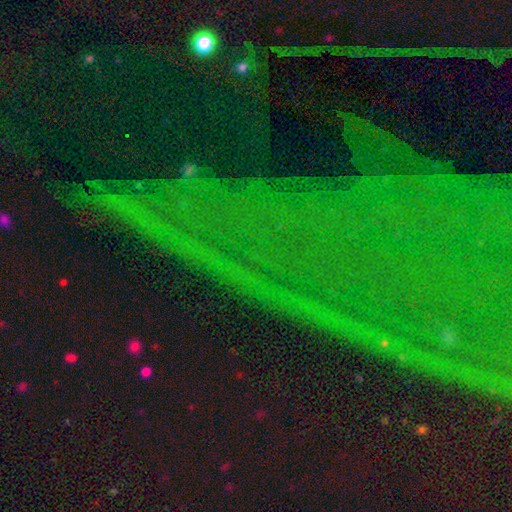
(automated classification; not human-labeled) Overall: star or artifact (84%).